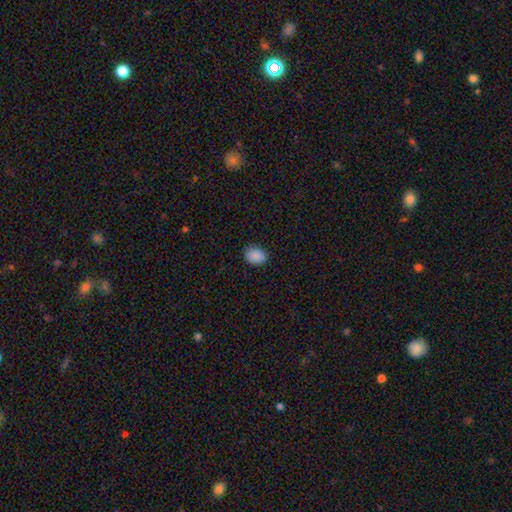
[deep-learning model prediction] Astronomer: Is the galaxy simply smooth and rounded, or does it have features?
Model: smooth — 89%.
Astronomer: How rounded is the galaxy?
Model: in between — 64%.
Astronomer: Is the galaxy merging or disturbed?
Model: none — 84%.